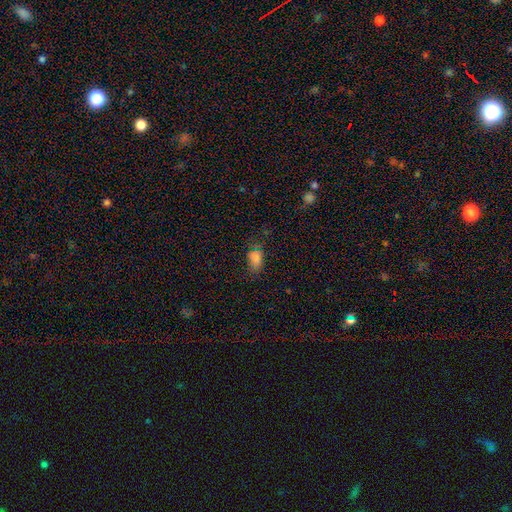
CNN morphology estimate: type=smooth (78%); roundness=in between (88%); merging=none (58%).